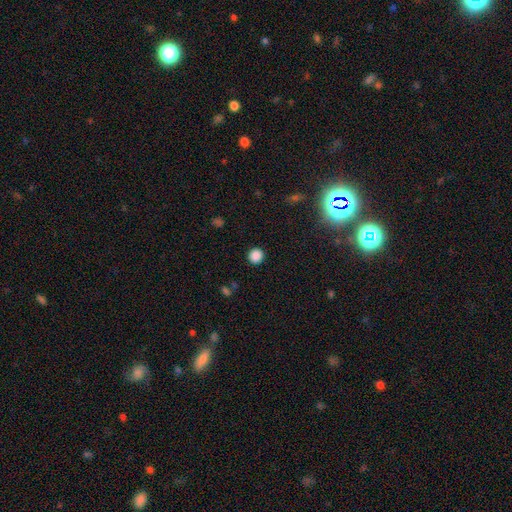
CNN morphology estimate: Overall: smooth (87%). How rounded: round (93%). Merging: none (91%).